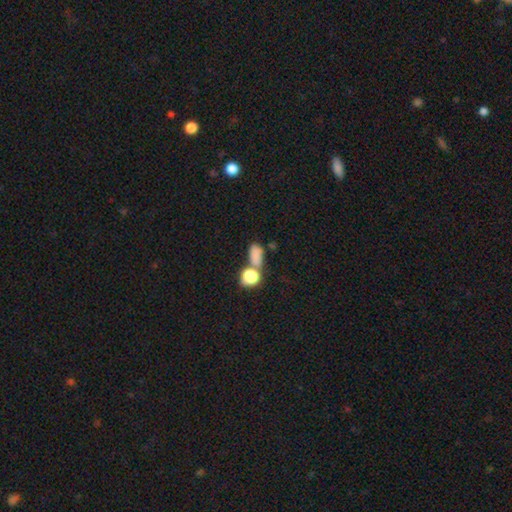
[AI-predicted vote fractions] smooth_or_featured: smooth (p=0.76) [alt: star or artifact p=0.16]
how_rounded: in between (p=0.70) [alt: round p=0.24]
merging: none (p=0.49) [alt: merger p=0.30]